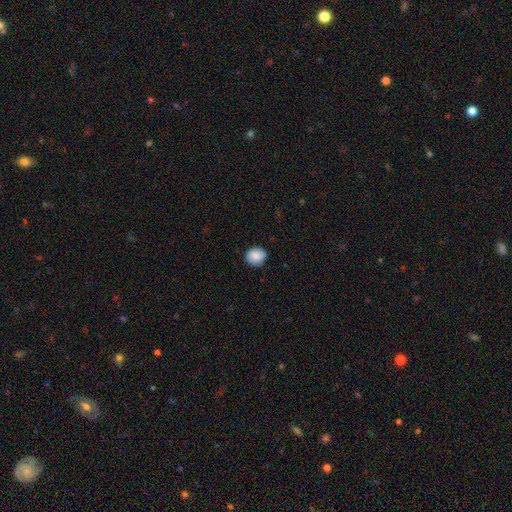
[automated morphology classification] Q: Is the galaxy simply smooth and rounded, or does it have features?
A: smooth — 85%.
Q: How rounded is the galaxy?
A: round — 79%.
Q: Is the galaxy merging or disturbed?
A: none — 87%.